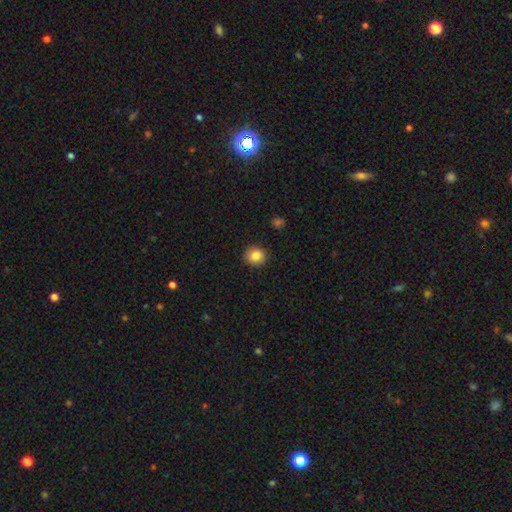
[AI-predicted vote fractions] The model was most divided on "how rounded": round: 83%, in between: 16%, cigar-shaped: 1%. More confident: merging — none (91%); smooth or featured — smooth (86%).